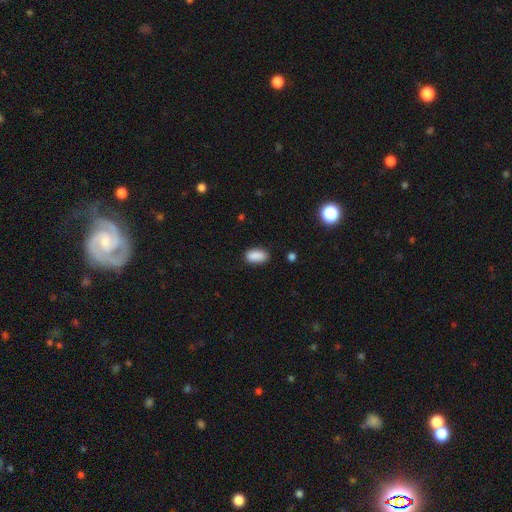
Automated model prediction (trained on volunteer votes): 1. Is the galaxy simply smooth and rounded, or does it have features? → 89% smooth, 8% star or artifact, 3% featured or disk.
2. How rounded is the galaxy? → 91% in between, 5% cigar-shaped, 4% round.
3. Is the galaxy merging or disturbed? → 81% none, 15% minor disturbance, 3% major disturbance, 2% merger.